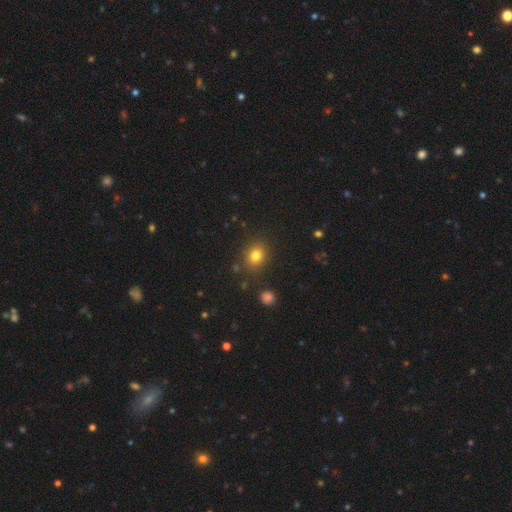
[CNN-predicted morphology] smooth-or-featured: smooth: 79% | star or artifact: 14% | featured or disk: 8%
  how-rounded: round: 63% | in between: 36% | cigar-shaped: 1%
  merging: none: 85% | minor disturbance: 9% | major disturbance: 3% | merger: 3%